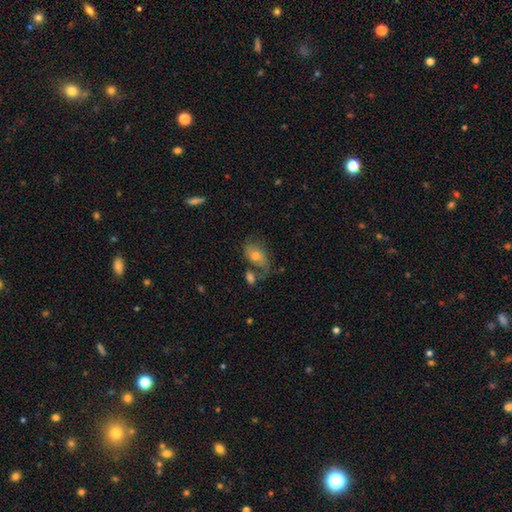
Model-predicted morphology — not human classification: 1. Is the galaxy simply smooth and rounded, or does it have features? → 46% smooth, 43% featured or disk, 11% star or artifact.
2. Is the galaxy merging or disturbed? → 46% none, 20% minor disturbance, 19% merger, 14% major disturbance.